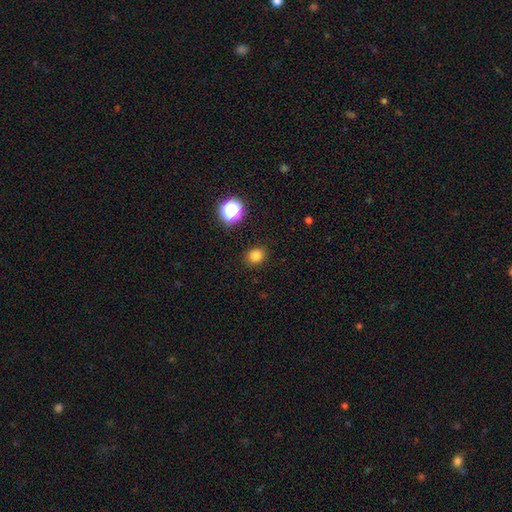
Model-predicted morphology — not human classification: Smooth or featured? smooth (81%)
How rounded? round (71%)
Merging? none (90%)